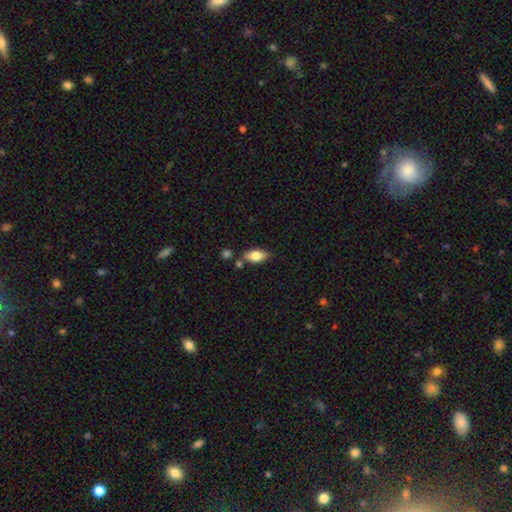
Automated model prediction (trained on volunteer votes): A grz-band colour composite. It shows a smooth galaxy with no disk features (74%) that is in between round and cigar-shaped (86%). Merging: none (69%).